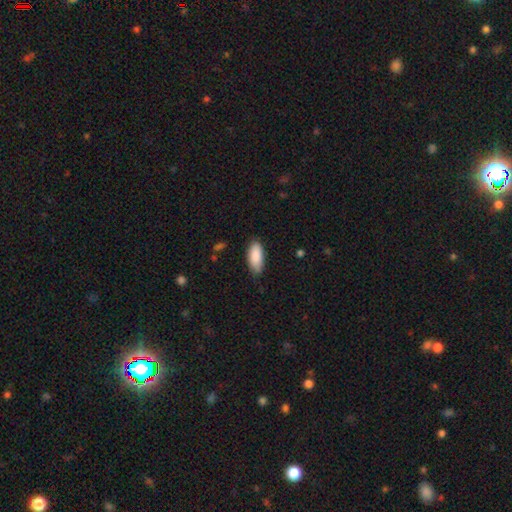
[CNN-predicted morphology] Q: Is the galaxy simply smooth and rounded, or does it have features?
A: smooth — 89%.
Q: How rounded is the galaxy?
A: in between — 87%.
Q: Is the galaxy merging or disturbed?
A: none — 78%.